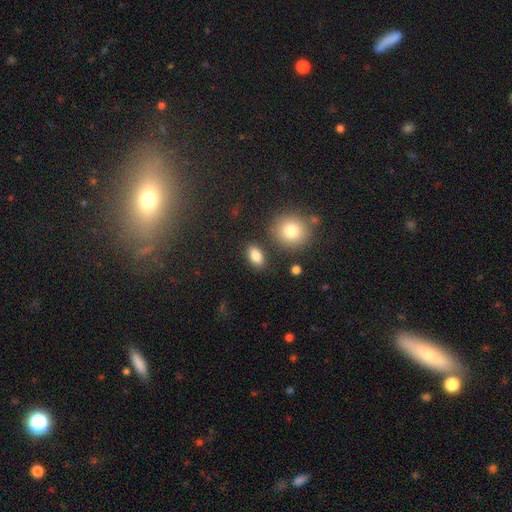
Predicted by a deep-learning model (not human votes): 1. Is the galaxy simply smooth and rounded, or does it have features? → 84% smooth, 9% star or artifact, 7% featured or disk.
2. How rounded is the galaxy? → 87% in between, 10% round, 3% cigar-shaped.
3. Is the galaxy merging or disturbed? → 83% none, 9% minor disturbance, 5% merger, 3% major disturbance.